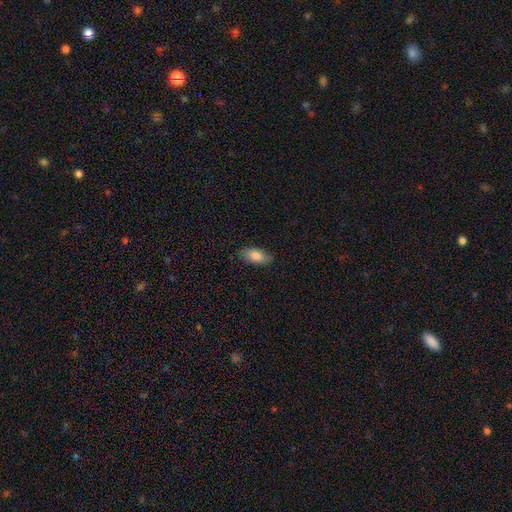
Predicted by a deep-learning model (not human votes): This is clearly a smooth galaxy (83%). How rounded: clearly in between (88%). Merging: clearly none (84%).